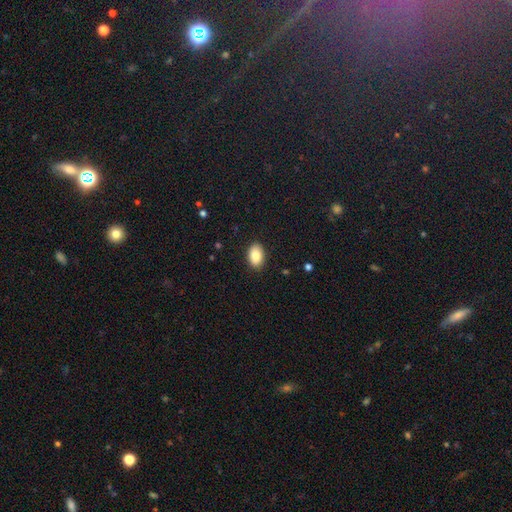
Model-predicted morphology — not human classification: smooth_or_featured: smooth (p=0.86) [alt: star or artifact p=0.07]
how_rounded: in between (p=0.89) [alt: round p=0.10]
merging: none (p=0.89) [alt: minor disturbance p=0.08]